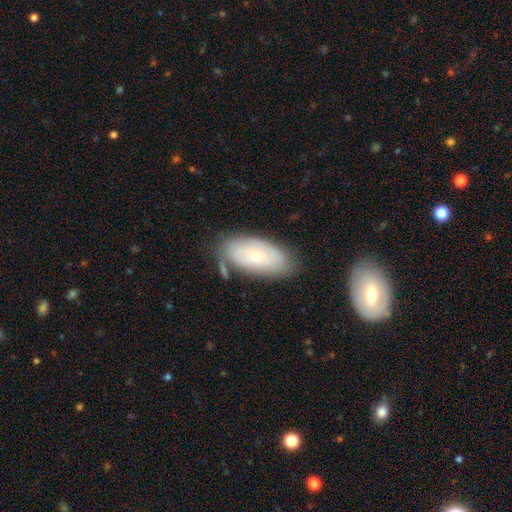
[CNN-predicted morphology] The model was most divided on "smooth or featured": smooth: 49%, featured or disk: 44%, star or artifact: 7%. More confident: merging — none (69%).